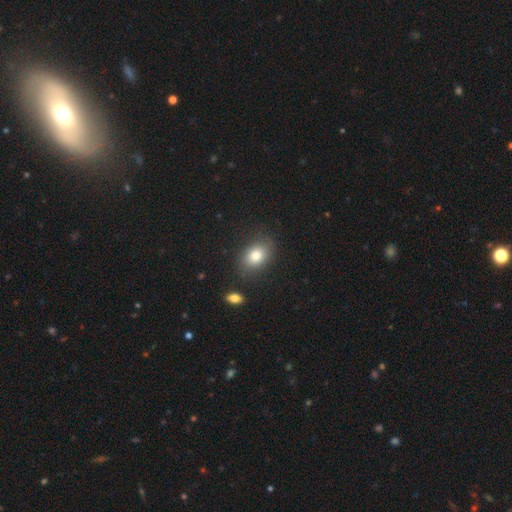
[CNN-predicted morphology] A smooth galaxy with no disk features (81%) that is in between round and cigar-shaped (71%).

Vote fractions:
- Smooth or featured? smooth: 81% / featured or disk: 10% / star or artifact: 9%
- How rounded? in between: 71% / round: 27% / cigar-shaped: 1%
- Merging? none: 80% / minor disturbance: 13% / major disturbance: 4% / merger: 3%